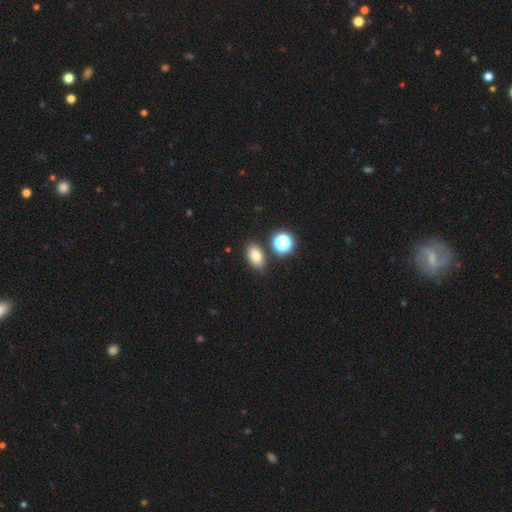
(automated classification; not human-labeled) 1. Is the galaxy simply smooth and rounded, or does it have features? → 79% smooth, 13% star or artifact, 9% featured or disk.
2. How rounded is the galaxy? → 85% in between, 13% round, 2% cigar-shaped.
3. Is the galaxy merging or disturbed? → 78% none, 11% minor disturbance, 8% merger, 3% major disturbance.